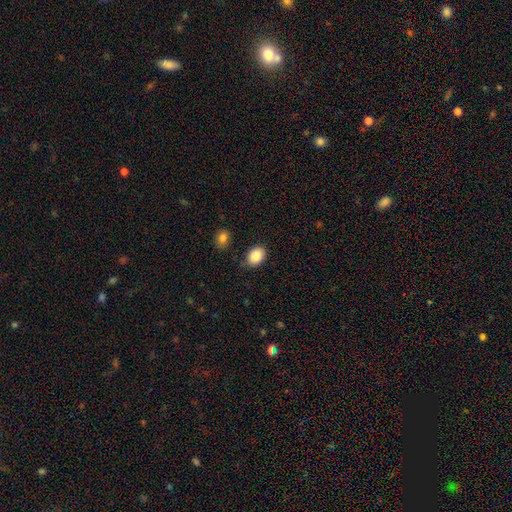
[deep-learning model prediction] smooth 87%, star or artifact 8%, featured or disk 5%. Down the decision tree: how rounded — in between (69%); merging — none (81%).